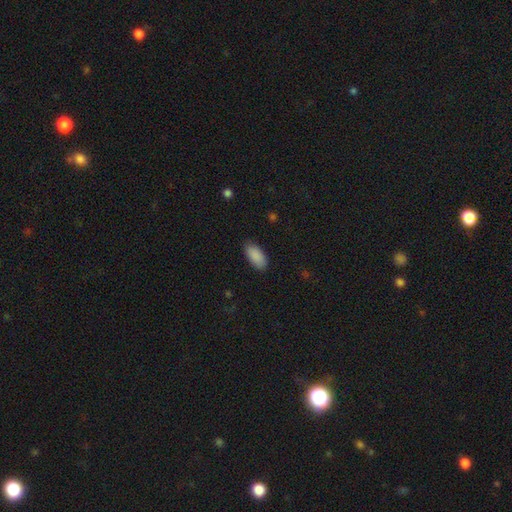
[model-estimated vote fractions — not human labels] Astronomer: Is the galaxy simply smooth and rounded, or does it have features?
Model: smooth — 90%.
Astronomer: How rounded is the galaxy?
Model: in between — 92%.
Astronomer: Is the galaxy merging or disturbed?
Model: none — 86%.